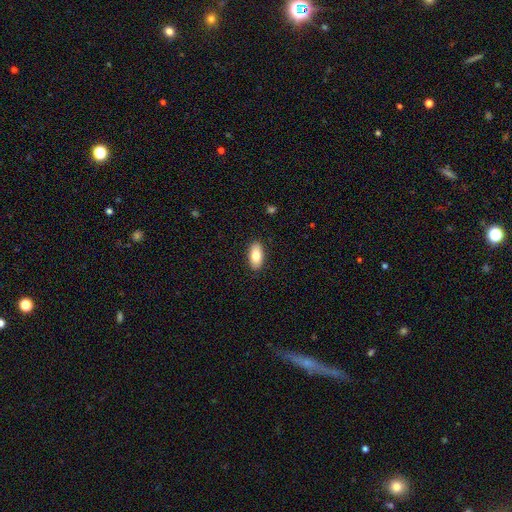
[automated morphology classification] This appears to be a smooth galaxy with no disk features (82%) that is in between round and cigar-shaped (91%). Merging: none (89%).